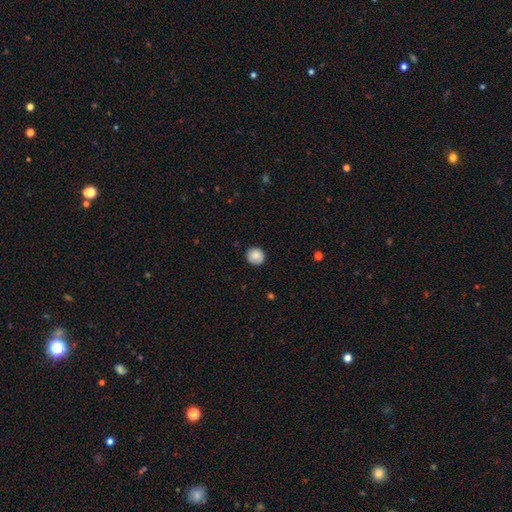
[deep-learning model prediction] Smooth or featured?
  - smooth: 85% *
  - star or artifact: 8%
  - featured or disk: 7%
How rounded?
  - round: 90% *
  - in between: 9%
  - cigar-shaped: 1%
Merging?
  - none: 87% *
  - minor disturbance: 10%
  - major disturbance: 2%
  - merger: 1%